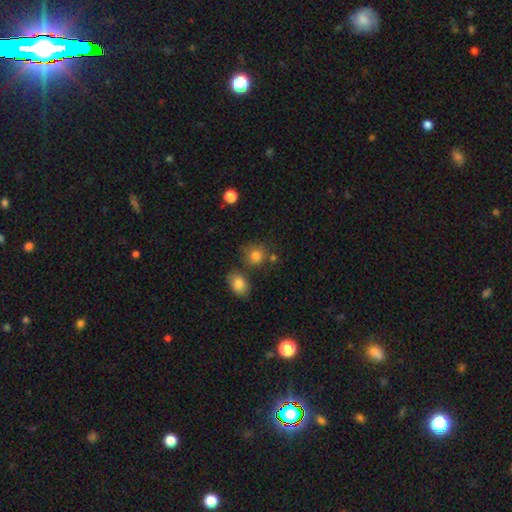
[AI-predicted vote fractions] smooth-or-featured: smooth: 82% | star or artifact: 11% | featured or disk: 8%
  how-rounded: round: 80% | in between: 19% | cigar-shaped: 1%
  merging: none: 67% | minor disturbance: 15% | merger: 14% | major disturbance: 5%